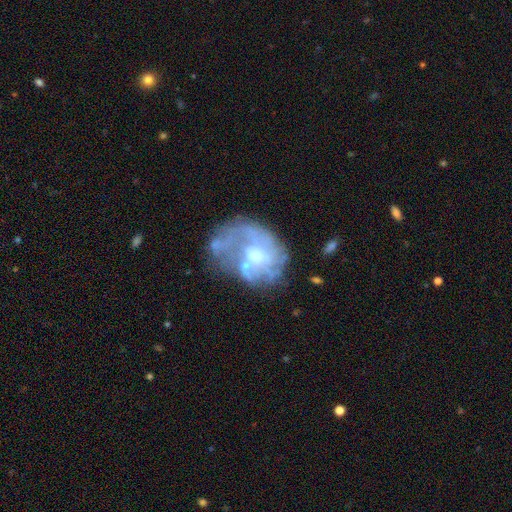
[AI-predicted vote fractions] Morphology: type=featured or disk (70%); edge-on=no (97%); bar=no (69%); spiral arms=no (52%); bulge=moderate (57%); merging=none (37%).